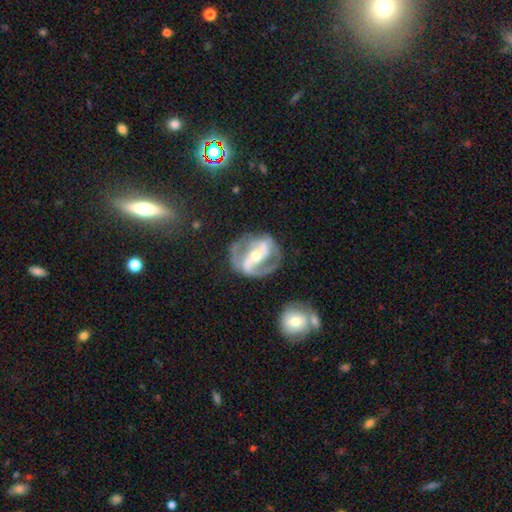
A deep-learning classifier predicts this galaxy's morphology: This appears to be a featured or disk galaxy (86%) with a strong bar (57%), 2 (85%) medium (48%) spiral arms (84%) and a moderate central bulge (62%). Merging: none (67%).